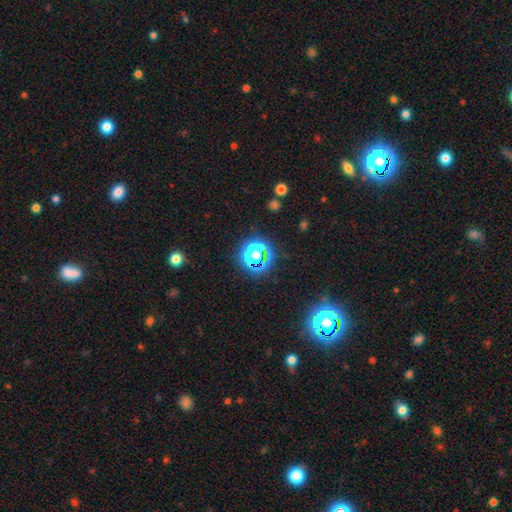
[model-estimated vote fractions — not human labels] A star or artifact, not a galaxy (54%).

Vote fractions:
- Smooth or featured? star or artifact: 54% / smooth: 36% / featured or disk: 9%